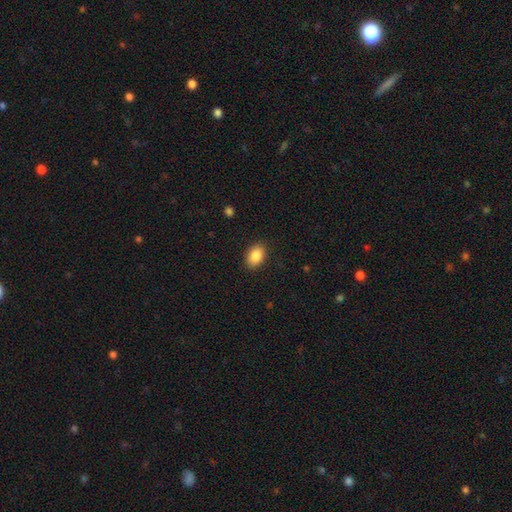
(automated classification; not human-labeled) This is clearly a smooth galaxy (88%). How rounded: clearly in between (86%). Merging: clearly none (87%).